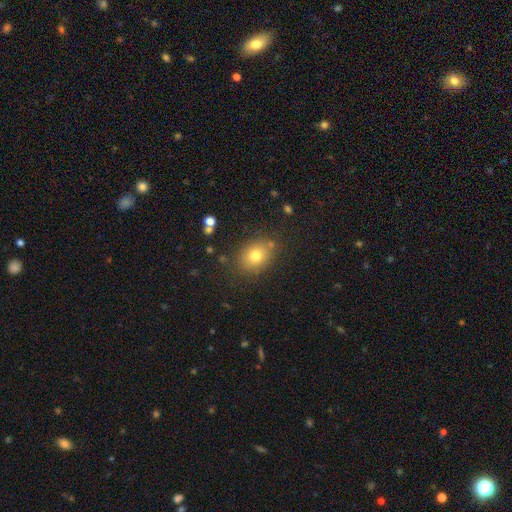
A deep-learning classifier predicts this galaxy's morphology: smooth-or-featured: smooth: 75% | star or artifact: 14% | featured or disk: 11%
  how-rounded: in between: 51% | round: 48% | cigar-shaped: 1%
  merging: none: 82% | minor disturbance: 11% | major disturbance: 4% | merger: 3%